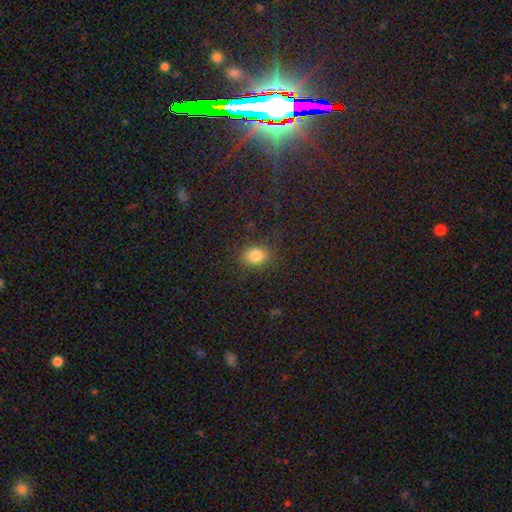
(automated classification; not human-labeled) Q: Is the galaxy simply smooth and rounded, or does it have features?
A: smooth — 81%.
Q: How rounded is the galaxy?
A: round — 52%.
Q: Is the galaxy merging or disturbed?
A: none — 84%.